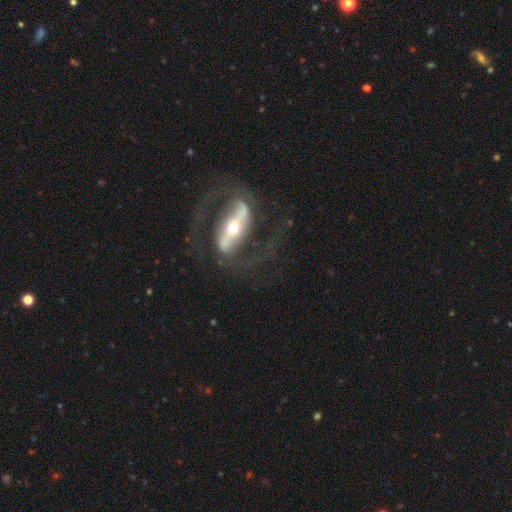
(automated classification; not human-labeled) A featured or disk galaxy (85%) with a strong bar (59%), 2 (91%) medium (52%) spiral arms (88%) and a moderate central bulge (53%).

Vote fractions:
- Smooth or featured? featured or disk: 85% / smooth: 8% / star or artifact: 6%
- Edge-on disk? no: 91% / yes: 9%
- Bar? strong: 59% / no: 21% / weak: 21%
- Spiral arms? yes: 88% / no: 12%
- Spiral winding? medium: 52% / loose: 28% / tight: 20%
- Spiral arm count? 2: 91% / can't tell: 4% / 1: 2% / 3: 1% / 4: 1% / more than 4: 1%
- Bulge size? moderate: 53% / small: 32% / large: 11% / dominant: 2% / none: 1%
- Merging? none: 71% / major disturbance: 13% / minor disturbance: 11% / merger: 5%